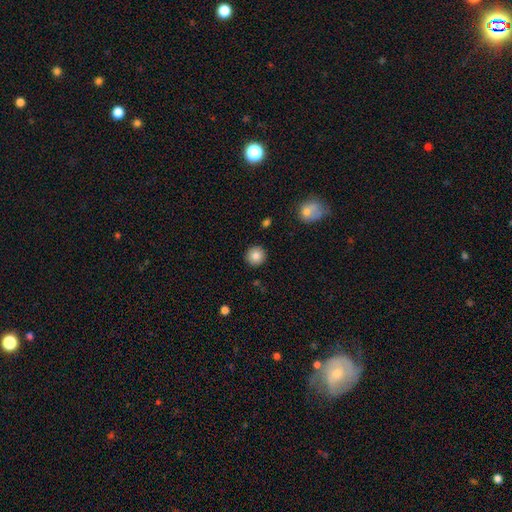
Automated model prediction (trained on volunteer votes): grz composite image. It shows a smooth galaxy with no disk features (85%) that is round (94%). Merging: none (92%).